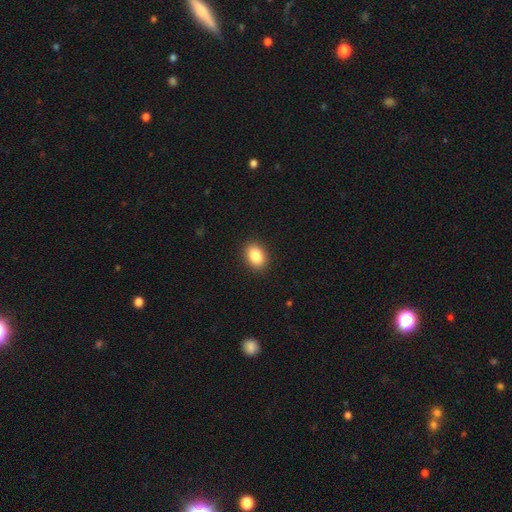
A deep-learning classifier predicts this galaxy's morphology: Overall: smooth (86%). How rounded: in between (77%). Merging: none (90%).